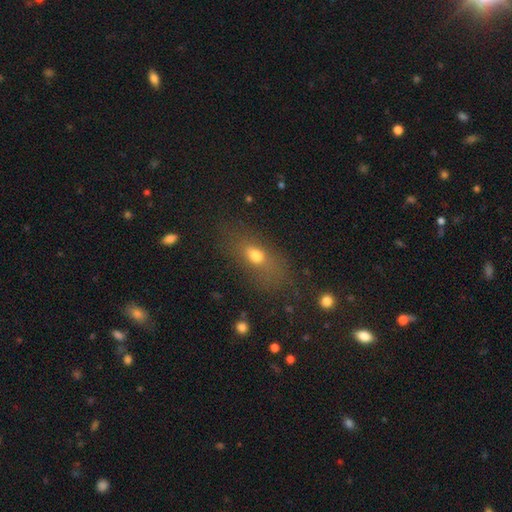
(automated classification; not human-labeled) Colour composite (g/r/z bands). It shows a smooth galaxy with no disk features (66%) that is in between round and cigar-shaped (68%). Merging: none (65%).